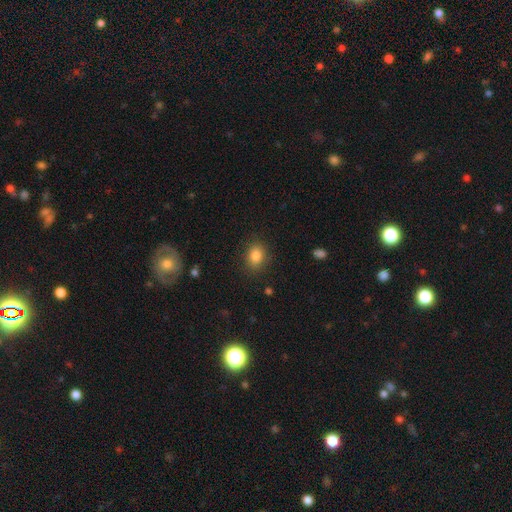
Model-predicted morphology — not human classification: A smooth galaxy with no disk features (85%) that is in between round and cigar-shaped (56%). Merging: none (85%).